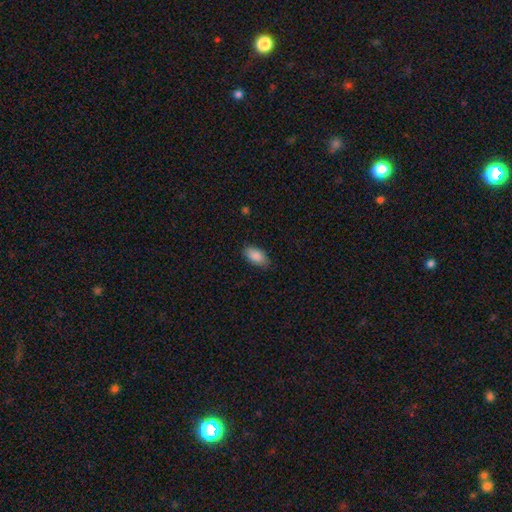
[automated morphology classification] Q: Smooth or featured?
A: smooth (88%); runner-up: star or artifact (7%)
Q: How rounded?
A: in between (93%); runner-up: cigar-shaped (4%)
Q: Merging?
A: none (83%); runner-up: minor disturbance (13%)